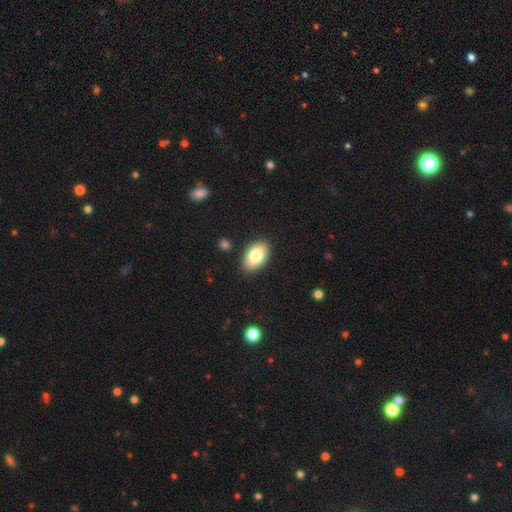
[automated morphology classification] The model was most divided on "smooth or featured": smooth: 82%, featured or disk: 11%, star or artifact: 7%. More confident: how rounded — in between (93%); merging — none (88%).